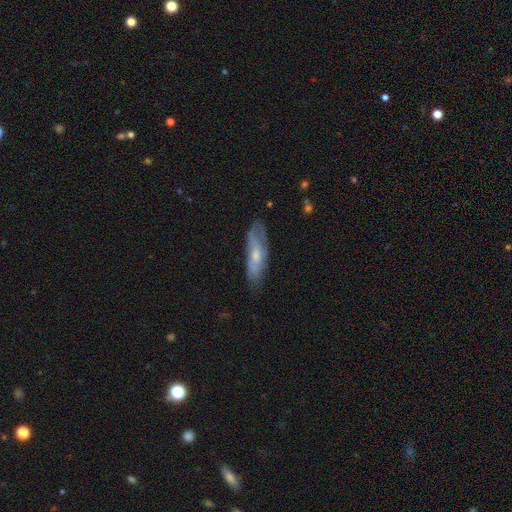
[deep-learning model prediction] A featured or disk galaxy (50%).

Vote fractions:
- Smooth or featured? featured or disk: 50% / smooth: 44% / star or artifact: 7%
- Merging? none: 62% / minor disturbance: 27% / major disturbance: 10% / merger: 2%